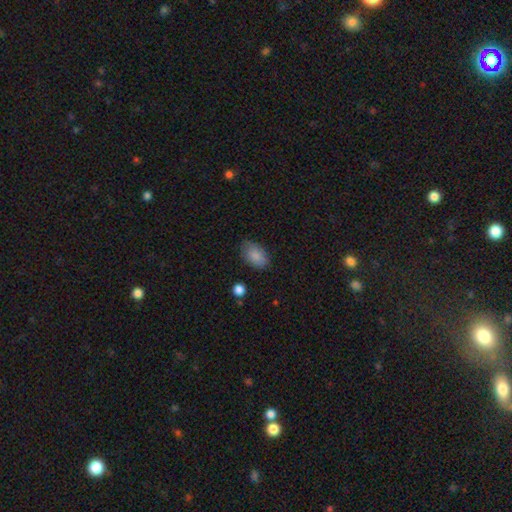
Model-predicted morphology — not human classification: A smooth galaxy with no disk features (87%) that is in between round and cigar-shaped (91%). Merging: none (75%).